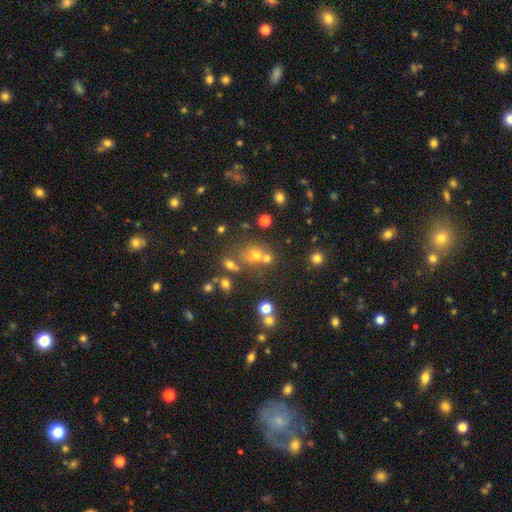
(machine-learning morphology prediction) This appears to be a smooth galaxy with no disk features (58%) that is round (74%). Merging: none (57%).